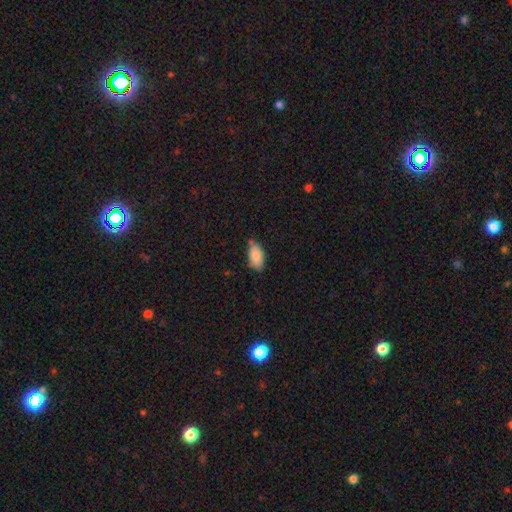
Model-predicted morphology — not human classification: Smooth or featured? smooth (85%)
How rounded? in between (92%)
Merging? none (68%)